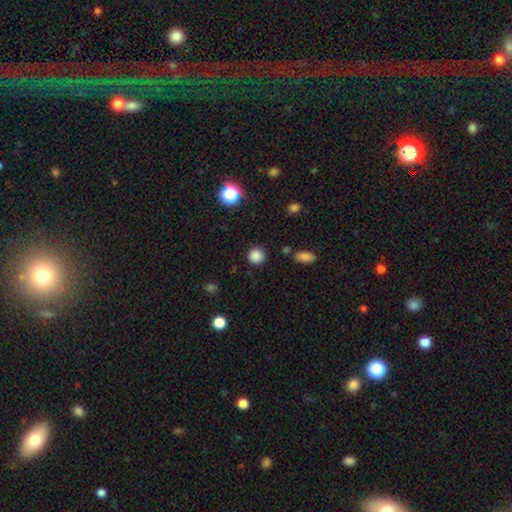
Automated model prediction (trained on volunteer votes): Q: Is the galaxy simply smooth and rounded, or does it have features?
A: smooth — 85%.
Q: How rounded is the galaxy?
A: round — 92%.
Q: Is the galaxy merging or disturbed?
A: none — 88%.